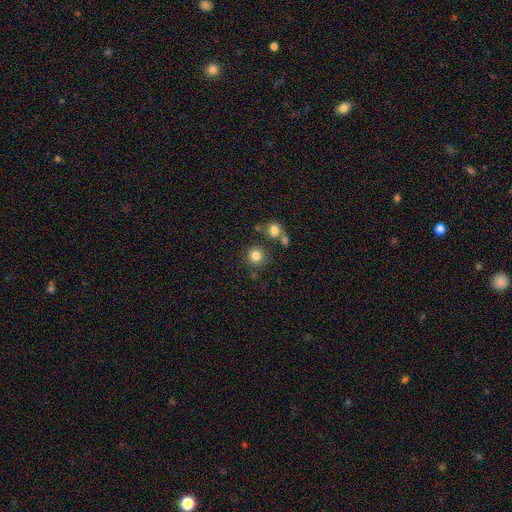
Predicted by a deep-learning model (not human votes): The model was most divided on "smooth or featured": smooth: 81%, star or artifact: 12%, featured or disk: 6%. More confident: how rounded — round (92%); merging — none (79%).